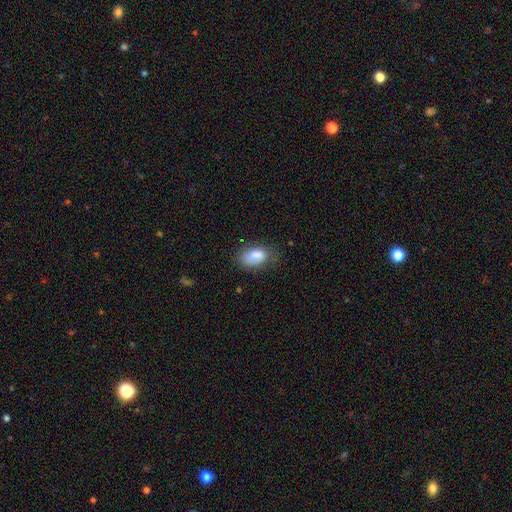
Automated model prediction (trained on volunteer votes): The model was most divided on "merging": none: 58%, minor disturbance: 29%, major disturbance: 10%, merger: 2%. More confident: how rounded — in between (90%); smooth or featured — smooth (81%).